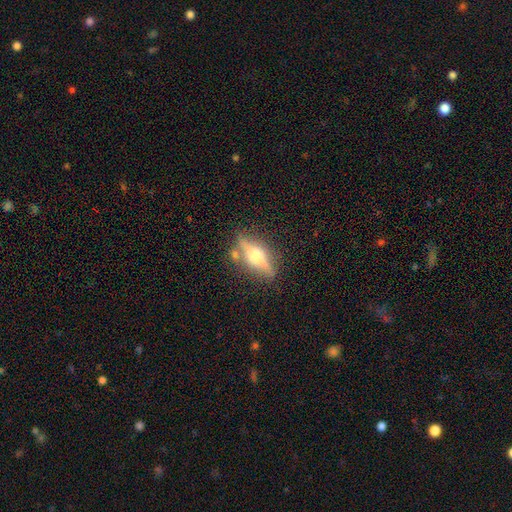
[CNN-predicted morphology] smooth-or-featured: featured or disk: 66% | smooth: 27% | star or artifact: 7%
  disk-edge-on: yes: 91% | no: 9%
    edge-on-bulge: rounded: 94% | boxy: 5% | none: 2%
  merging: none: 76% | minor disturbance: 13% | merger: 7% | major disturbance: 4%